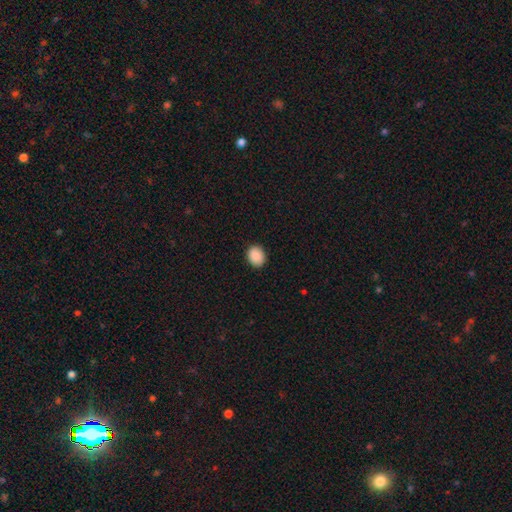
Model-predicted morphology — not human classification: A smooth galaxy with no disk features (90%) that is round (50%). Merging: none (90%).